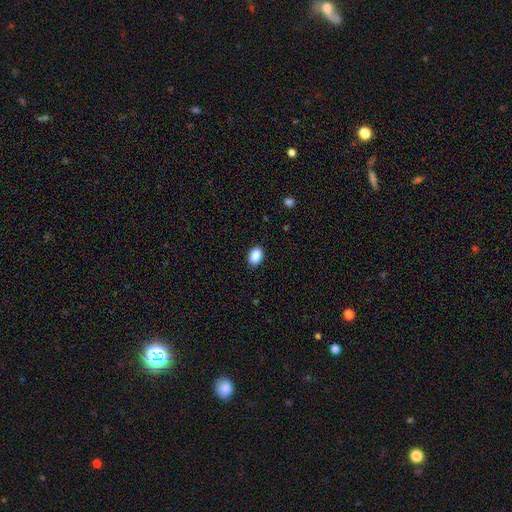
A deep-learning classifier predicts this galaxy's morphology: smooth 88%, star or artifact 8%, featured or disk 4%. Down the decision tree: how rounded — in between (80%); merging — none (89%).